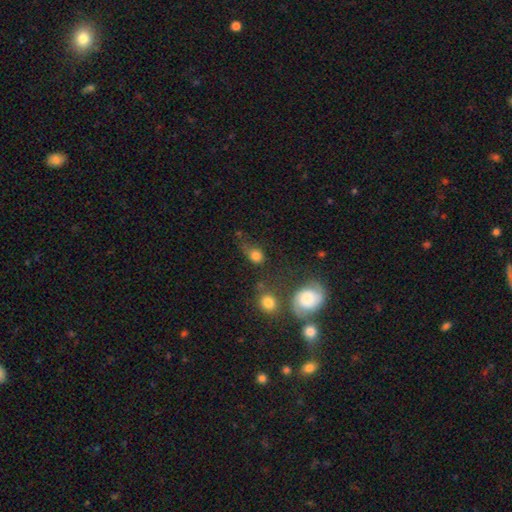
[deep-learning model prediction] Smooth or featured?
  - smooth: 76% *
  - star or artifact: 12%
  - featured or disk: 12%
How rounded?
  - round: 62% *
  - in between: 36%
  - cigar-shaped: 2%
Merging?
  - none: 41% *
  - minor disturbance: 24%
  - major disturbance: 22%
  - merger: 13%